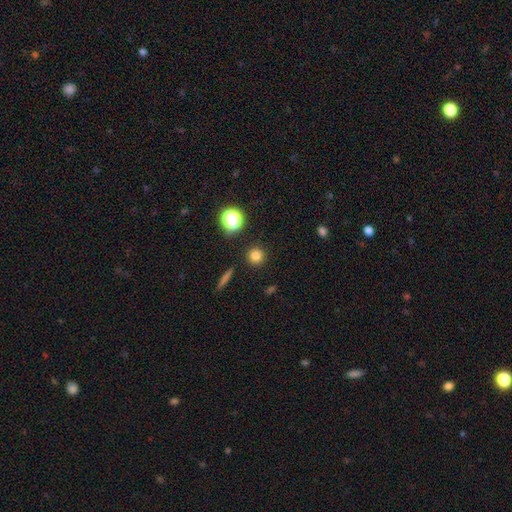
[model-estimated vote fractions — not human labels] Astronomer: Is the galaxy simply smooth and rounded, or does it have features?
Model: smooth — 80%.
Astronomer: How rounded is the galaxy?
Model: round — 94%.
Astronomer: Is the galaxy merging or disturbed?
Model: none — 91%.